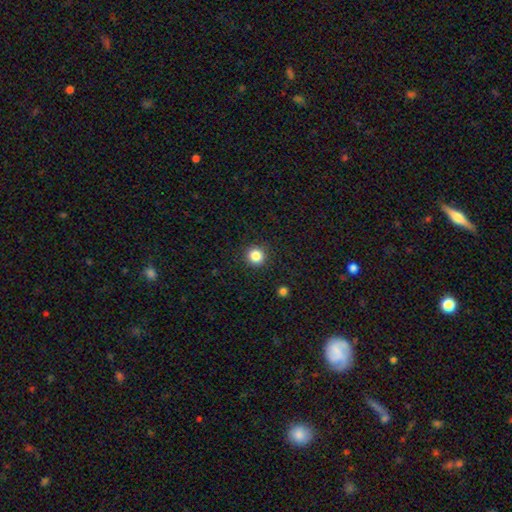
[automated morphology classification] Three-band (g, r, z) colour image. It shows a smooth galaxy with no disk features (85%) that is round (94%). Merging: none (92%).